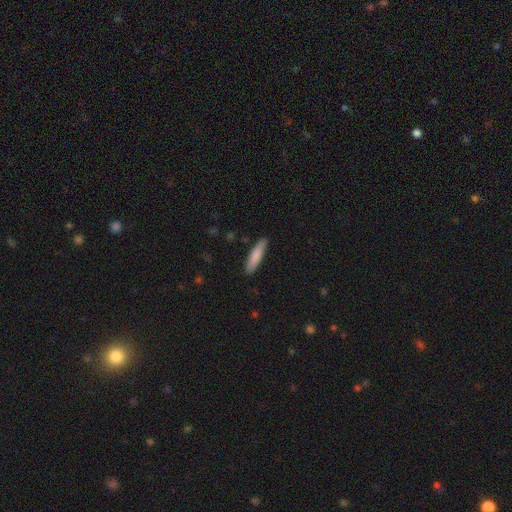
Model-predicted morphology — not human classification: Smooth or featured: smooth — 81% (featured or disk — 14%)
How rounded: cigar-shaped — 83% (in between — 16%)
Merging: none — 89% (minor disturbance — 9%)